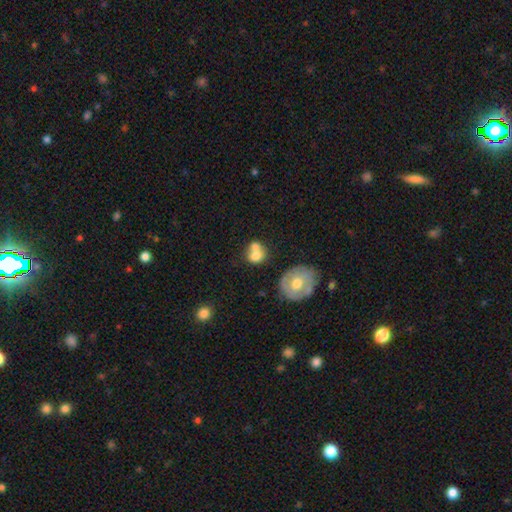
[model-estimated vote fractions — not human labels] Smooth or featured: smooth — 68% (featured or disk — 23%)
How rounded: round — 68% (in between — 31%)
Merging: merger — 55% (none — 30%)